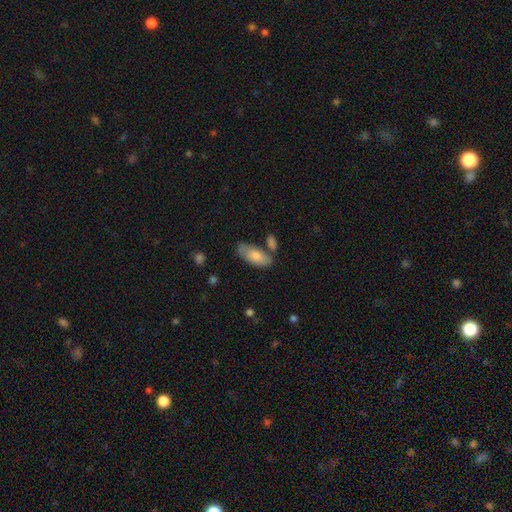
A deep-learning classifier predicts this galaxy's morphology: A smooth galaxy with no disk features (75%) that is in between round and cigar-shaped (86%). Merging: none (62%).